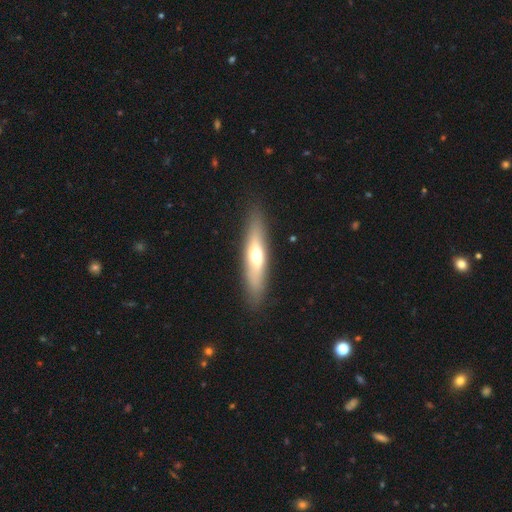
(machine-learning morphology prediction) Overall: smooth (53%; featured or disk 41%). How rounded: cigar-shaped (76%). Merging: none (88%).